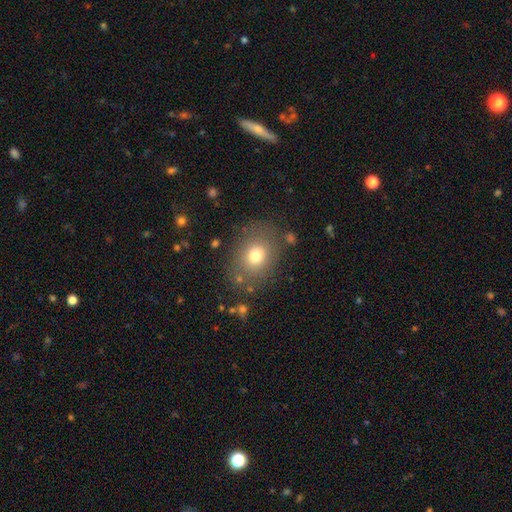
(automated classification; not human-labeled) smooth-or-featured: smooth: 75% | featured or disk: 13% | star or artifact: 12%
  how-rounded: round: 51% | in between: 49% | cigar-shaped: 1%
  merging: none: 79% | minor disturbance: 12% | major disturbance: 6% | merger: 3%